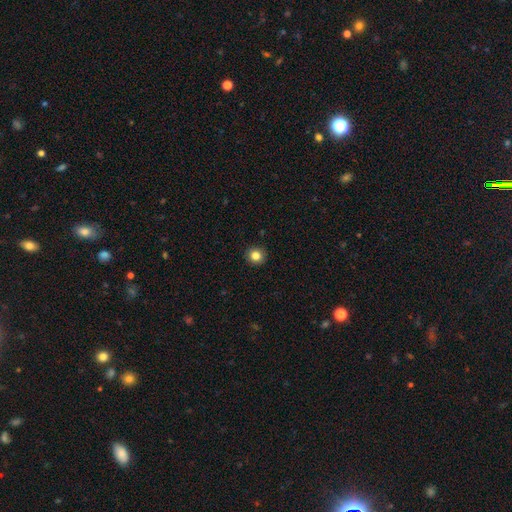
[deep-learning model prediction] Q: Smooth or featured?
A: smooth (83%); runner-up: star or artifact (11%)
Q: How rounded?
A: round (91%); runner-up: in between (8%)
Q: Merging?
A: none (92%); runner-up: minor disturbance (5%)